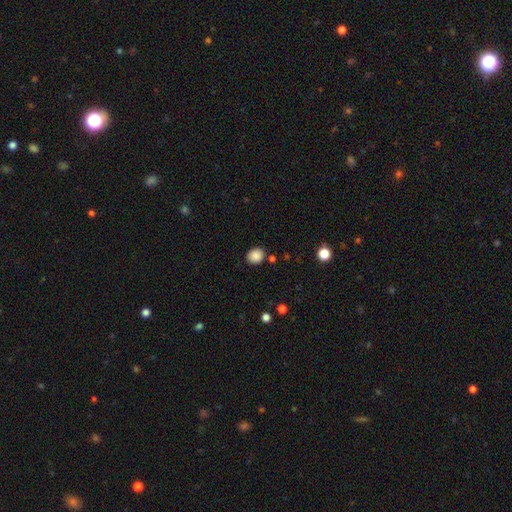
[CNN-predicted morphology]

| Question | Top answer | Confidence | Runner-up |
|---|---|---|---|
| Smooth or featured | smooth | 87% | star or artifact (9%) |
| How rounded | round | 71% | in between (29%) |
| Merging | none | 84% | minor disturbance (10%) |